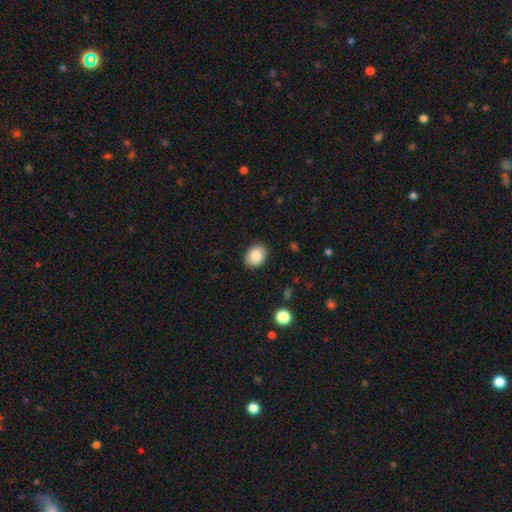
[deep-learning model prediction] This is clearly a smooth galaxy (86%). How rounded: likely in between (65%). Merging: clearly none (87%).